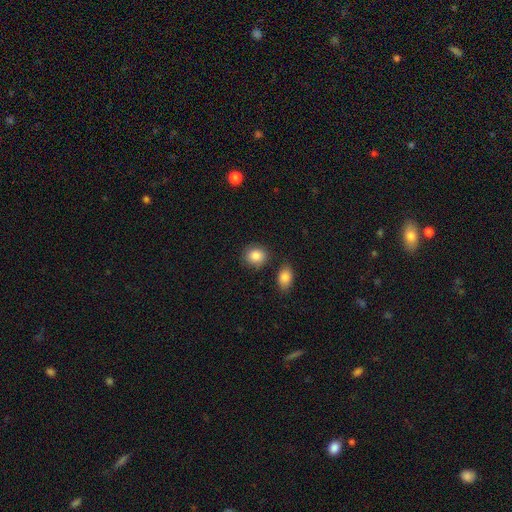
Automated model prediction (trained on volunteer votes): Morphology: type=smooth (87%); roundness=round (70%); merging=none (79%).